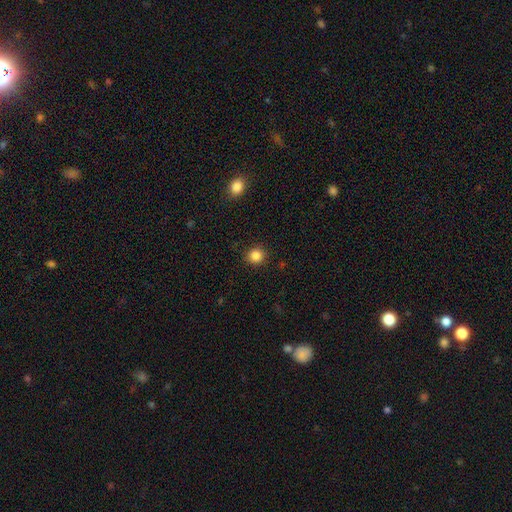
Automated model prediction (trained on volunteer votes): A smooth galaxy with no disk features (85%) that is round (88%).

Vote fractions:
- Smooth or featured? smooth: 85% / star or artifact: 11% / featured or disk: 4%
- How rounded? round: 88% / in between: 11% / cigar-shaped: 1%
- Merging? none: 90% / minor disturbance: 6% / major disturbance: 2% / merger: 1%